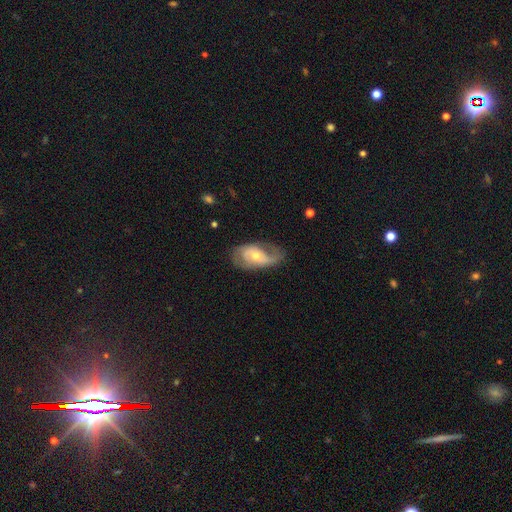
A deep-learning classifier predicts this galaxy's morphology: Smooth or featured?
  - featured or disk: 71% *
  - smooth: 23%
  - star or artifact: 6%
Edge-on disk?
  - no: 94% *
  - yes: 6%
Bar?
  - no: 51% *
  - weak: 37%
  - strong: 12%
Spiral arms?
  - yes: 85% *
  - no: 15%
Spiral winding?
  - medium: 42% *
  - loose: 33%
  - tight: 25%
Spiral arm count?
  - 2: 65% *
  - can't tell: 15%
  - 1: 15%
  - 3: 3%
  - 4: 1%
  - more than 4: 1%
Bulge size?
  - moderate: 58% *
  - small: 36%
  - large: 4%
  - none: 1%
  - dominant: 1%
Merging?
  - none: 58% *
  - minor disturbance: 24%
  - major disturbance: 16%
  - merger: 2%